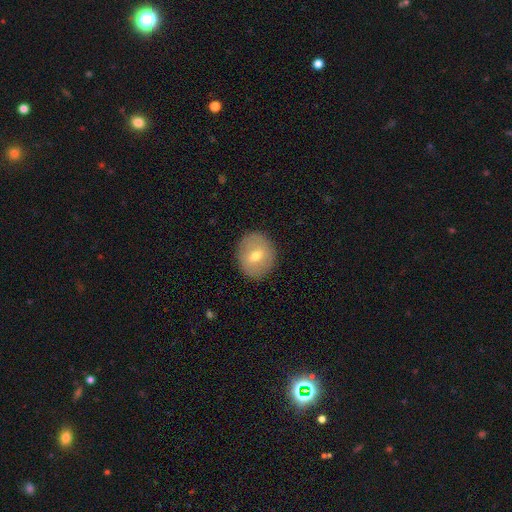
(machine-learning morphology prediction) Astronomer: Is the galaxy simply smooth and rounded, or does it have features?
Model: smooth — 60%.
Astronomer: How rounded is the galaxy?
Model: round — 71%.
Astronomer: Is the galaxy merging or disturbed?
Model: none — 88%.